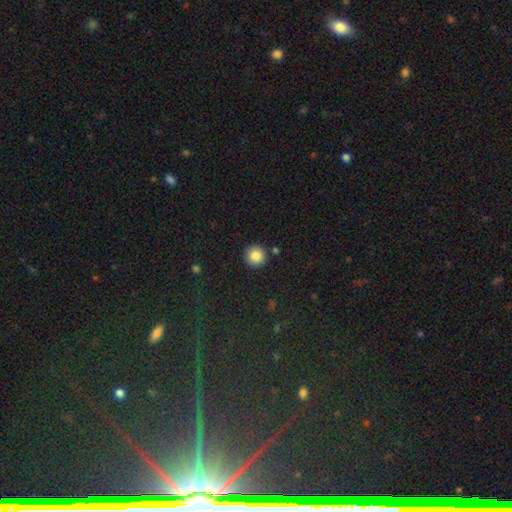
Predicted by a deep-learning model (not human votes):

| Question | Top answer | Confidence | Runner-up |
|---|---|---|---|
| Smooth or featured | smooth | 85% | star or artifact (10%) |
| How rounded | round | 95% | in between (4%) |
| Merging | none | 89% | minor disturbance (6%) |